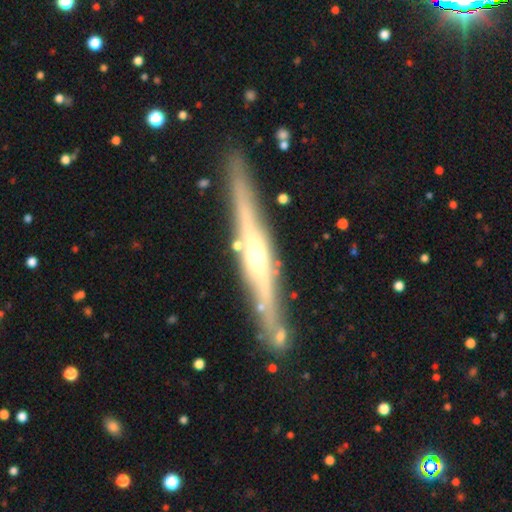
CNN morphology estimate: The model was most divided on "smooth or featured": featured or disk: 73%, smooth: 21%, star or artifact: 6%. More confident: edge-on disk — yes (94%); edge-on bulge — rounded (83%); merging — none (79%).